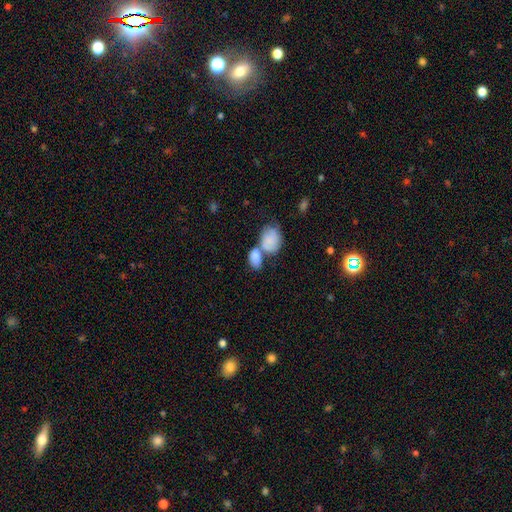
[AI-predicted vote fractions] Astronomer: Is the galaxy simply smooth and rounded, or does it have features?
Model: smooth — 81%.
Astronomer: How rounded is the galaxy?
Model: in between — 81%.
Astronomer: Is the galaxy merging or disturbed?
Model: merger — 57%.